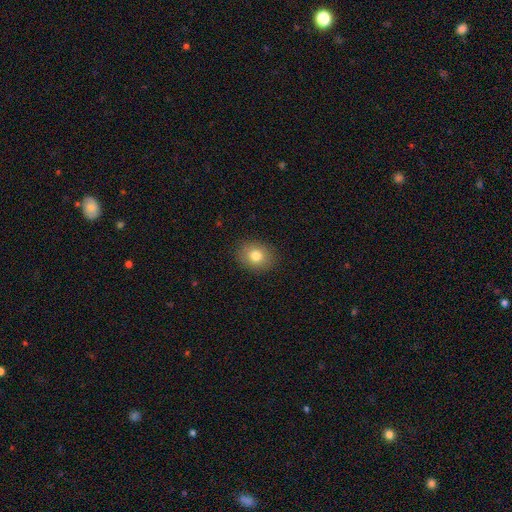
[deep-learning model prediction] This appears to be a smooth galaxy with no disk features (80%) that is round (54%). Merging: none (89%).